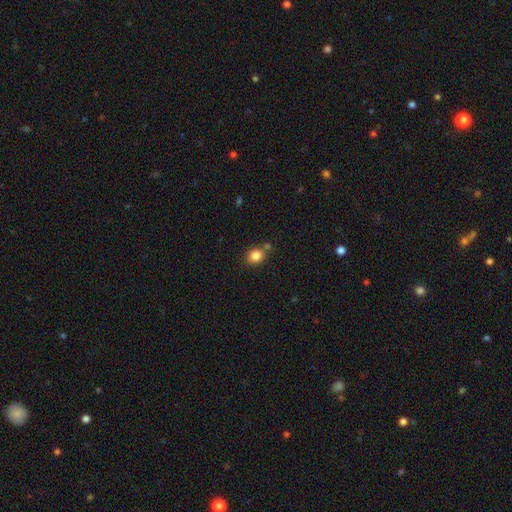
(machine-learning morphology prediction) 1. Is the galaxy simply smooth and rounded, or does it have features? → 84% smooth, 11% star or artifact, 6% featured or disk.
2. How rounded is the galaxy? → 64% round, 35% in between, 1% cigar-shaped.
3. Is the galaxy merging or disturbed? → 73% none, 12% minor disturbance, 12% merger, 3% major disturbance.